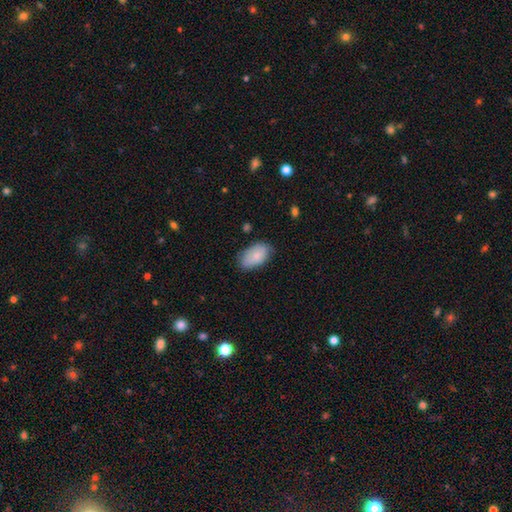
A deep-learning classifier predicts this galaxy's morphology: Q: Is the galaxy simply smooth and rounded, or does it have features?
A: smooth — 83%.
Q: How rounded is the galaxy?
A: in between — 94%.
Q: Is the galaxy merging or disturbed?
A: none — 73%.